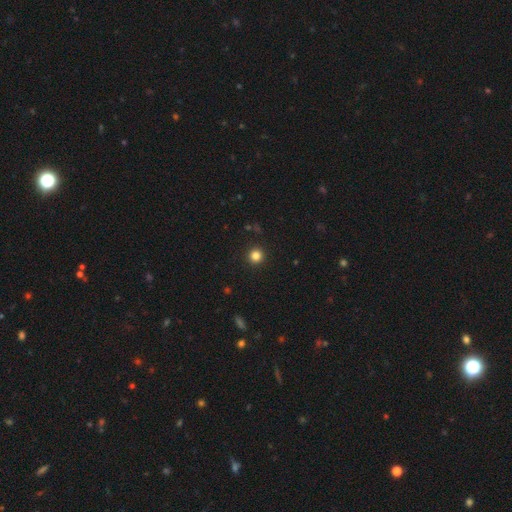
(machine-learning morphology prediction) Smooth or featured: smooth — 83% (star or artifact — 13%)
How rounded: round — 95% (in between — 4%)
Merging: none — 93% (minor disturbance — 4%)